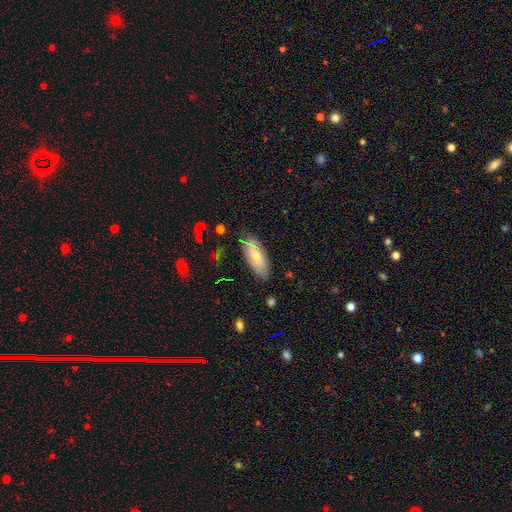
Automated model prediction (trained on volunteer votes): Overall: smooth (65%; featured or disk 28%). How rounded: in between (84%). Merging: none (74%).